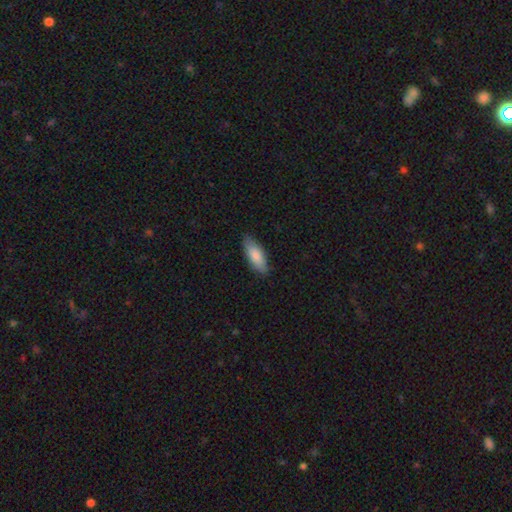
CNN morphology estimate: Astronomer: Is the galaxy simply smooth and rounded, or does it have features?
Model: smooth — 82%.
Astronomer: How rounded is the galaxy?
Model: in between — 74%.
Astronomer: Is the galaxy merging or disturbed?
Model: none — 83%.